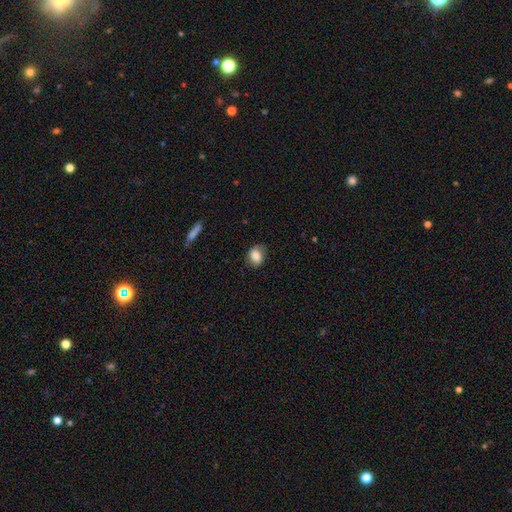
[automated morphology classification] The model was most divided on "how rounded": in between: 65%, round: 34%, cigar-shaped: 1%. More confident: smooth or featured — smooth (78%); merging — none (73%).